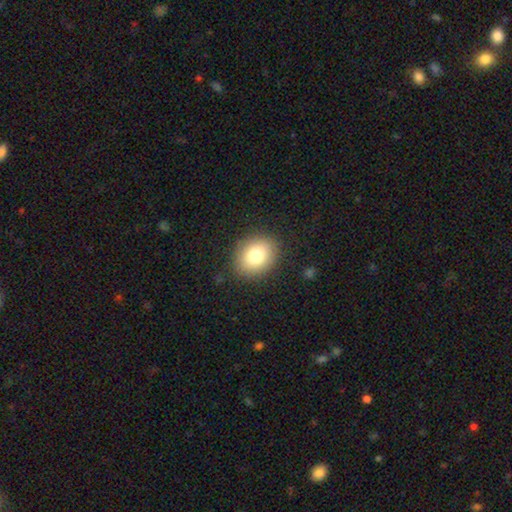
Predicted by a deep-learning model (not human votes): Smooth or featured?
  - smooth: 79% *
  - featured or disk: 11%
  - star or artifact: 10%
How rounded?
  - round: 52% *
  - in between: 47%
  - cigar-shaped: 1%
Merging?
  - none: 87% *
  - minor disturbance: 9%
  - major disturbance: 3%
  - merger: 1%